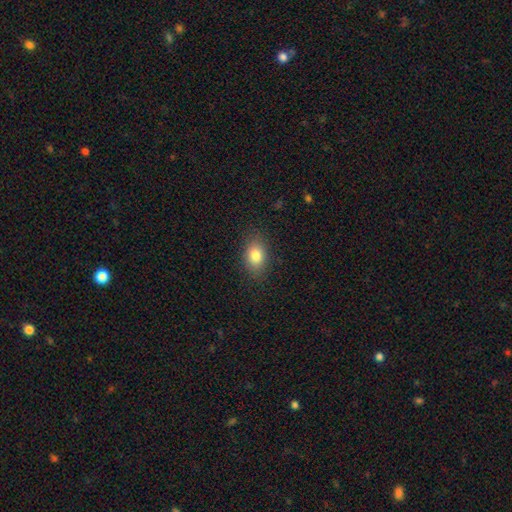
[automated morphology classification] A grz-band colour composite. It shows a smooth galaxy with no disk features (82%) that is in between round and cigar-shaped (79%). Merging: none (85%).